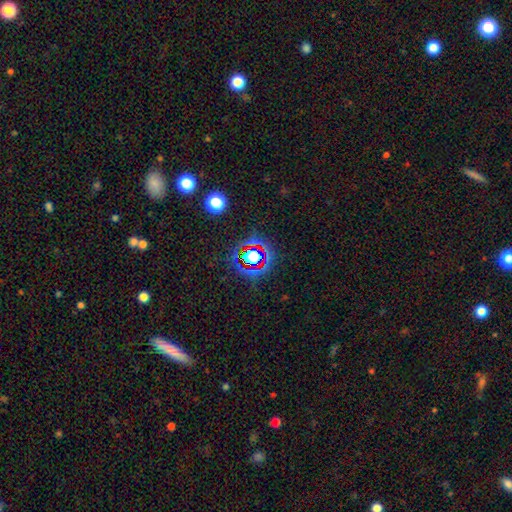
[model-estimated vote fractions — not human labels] Q: Smooth or featured?
A: star or artifact (64%); runner-up: smooth (24%)